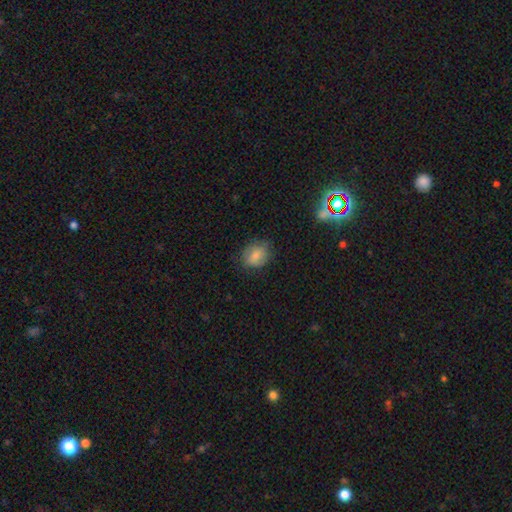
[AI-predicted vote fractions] A smooth galaxy with no disk features (80%) that is round (55%). Merging: none (72%).